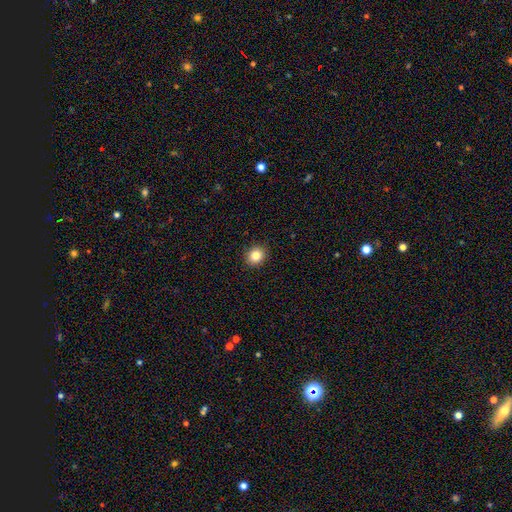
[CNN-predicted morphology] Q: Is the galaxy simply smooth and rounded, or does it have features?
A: smooth — 84%.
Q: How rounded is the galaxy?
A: round — 79%.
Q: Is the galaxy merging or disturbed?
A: none — 92%.